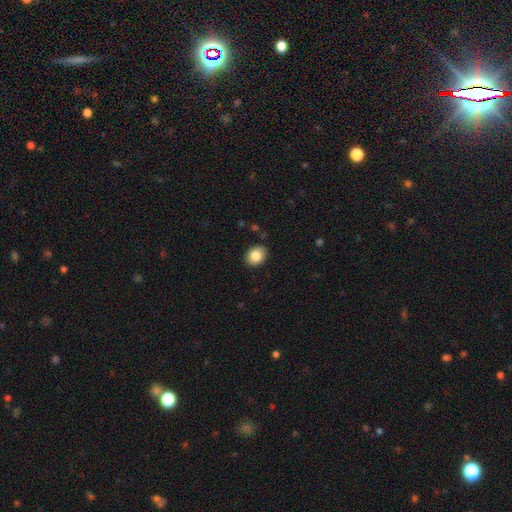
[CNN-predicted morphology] This is clearly a smooth galaxy (85%). How rounded: possibly round (51%). Merging: clearly none (88%).